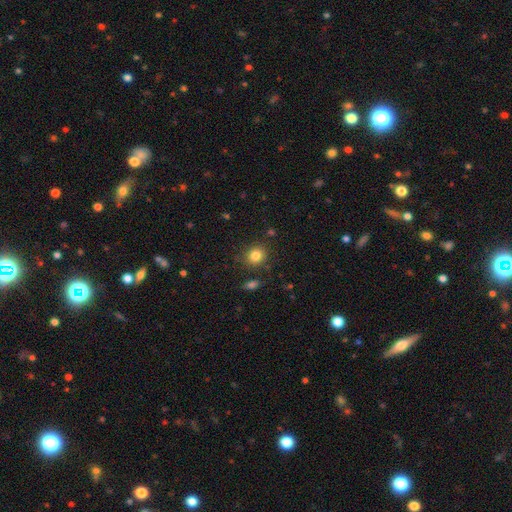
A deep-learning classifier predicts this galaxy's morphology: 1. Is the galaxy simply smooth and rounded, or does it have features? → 83% smooth, 11% star or artifact, 6% featured or disk.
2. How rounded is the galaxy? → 73% round, 26% in between, 1% cigar-shaped.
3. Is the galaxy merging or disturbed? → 83% none, 10% minor disturbance, 4% merger, 3% major disturbance.